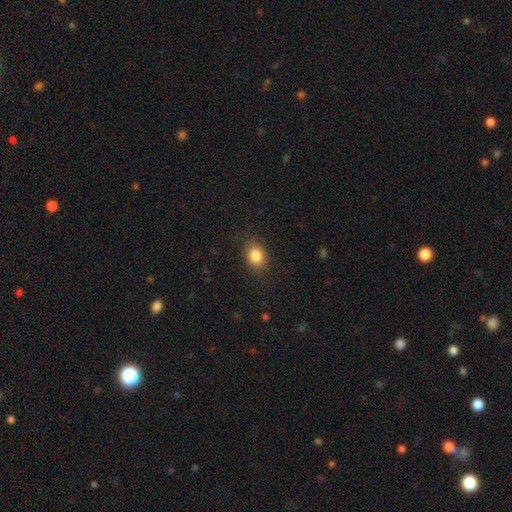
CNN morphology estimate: smooth_or_featured: smooth (p=0.85) [alt: star or artifact p=0.09]
how_rounded: in between (p=0.64) [alt: round p=0.34]
merging: none (p=0.83) [alt: minor disturbance p=0.12]